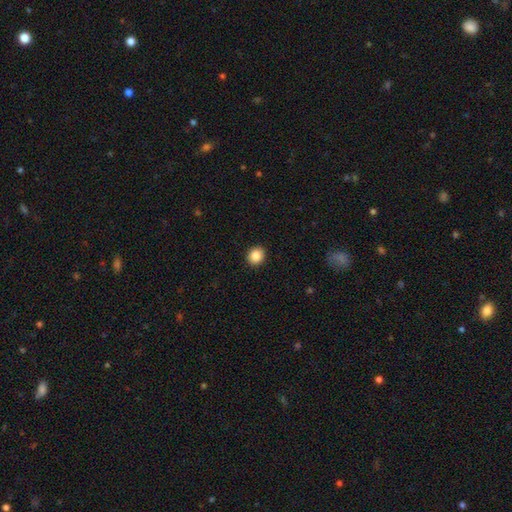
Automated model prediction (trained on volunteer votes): Smooth or featured: smooth — 86% (star or artifact — 9%)
How rounded: round — 77% (in between — 22%)
Merging: none — 92% (minor disturbance — 5%)